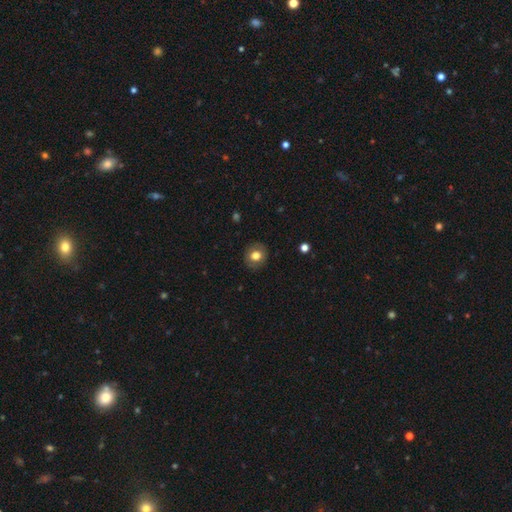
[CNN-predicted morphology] Smooth or featured? Predicted: smooth (p=0.75). How rounded? Predicted: round (p=0.83). Merging? Predicted: none (p=0.89).